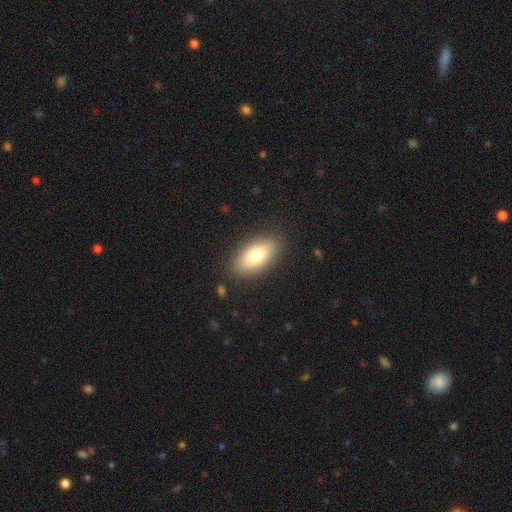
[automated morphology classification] smooth-or-featured: smooth: 77% | featured or disk: 16% | star or artifact: 7%
  how-rounded: in between: 89% | cigar-shaped: 8% | round: 3%
  merging: none: 87% | minor disturbance: 10% | major disturbance: 3% | merger: 1%